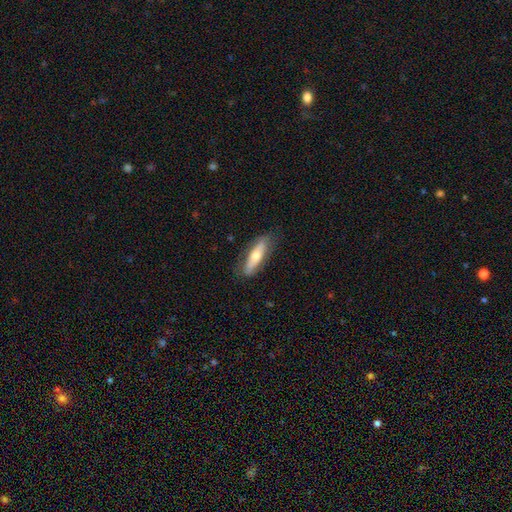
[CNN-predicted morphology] type=smooth (51%); roundness=cigar-shaped (60%); merging=none (79%).